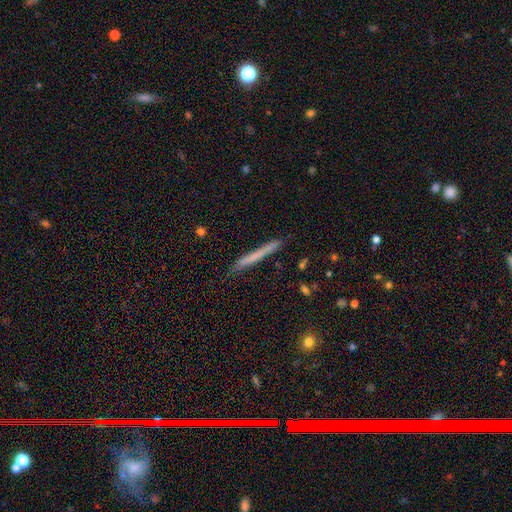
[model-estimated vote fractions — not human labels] Q: Smooth or featured?
A: smooth (61%); runner-up: featured or disk (31%)
Q: How rounded?
A: cigar-shaped (97%); runner-up: in between (2%)
Q: Merging?
A: none (87%); runner-up: minor disturbance (10%)